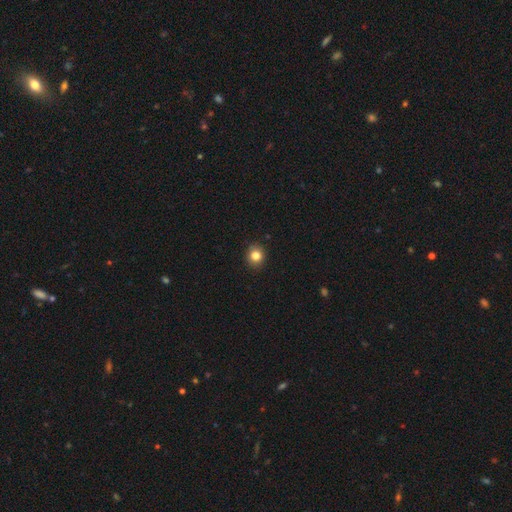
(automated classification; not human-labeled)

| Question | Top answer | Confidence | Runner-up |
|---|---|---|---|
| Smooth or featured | smooth | 83% | star or artifact (11%) |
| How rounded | round | 83% | in between (16%) |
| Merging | none | 90% | minor disturbance (7%) |